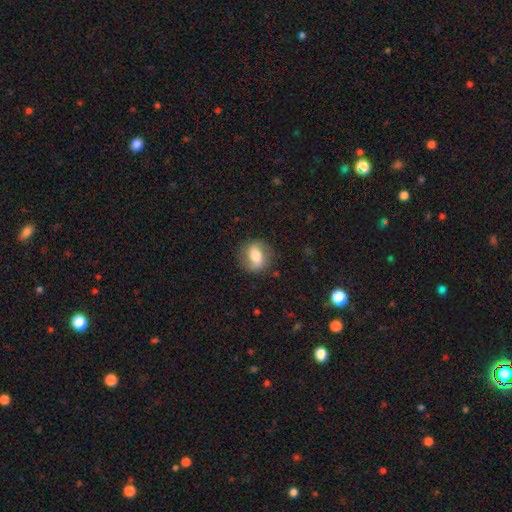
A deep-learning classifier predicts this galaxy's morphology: Smooth or featured?
  - smooth: 47% *
  - featured or disk: 45%
  - star or artifact: 8%
Merging?
  - none: 81% *
  - minor disturbance: 13%
  - major disturbance: 5%
  - merger: 1%